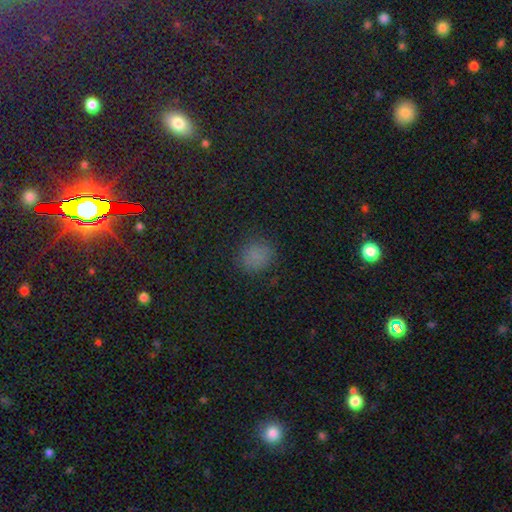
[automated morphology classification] smooth-or-featured: smooth: 76% | star or artifact: 20% | featured or disk: 5%
  how-rounded: round: 70% | in between: 29% | cigar-shaped: 1%
  merging: none: 84% | minor disturbance: 11% | major disturbance: 3% | merger: 1%